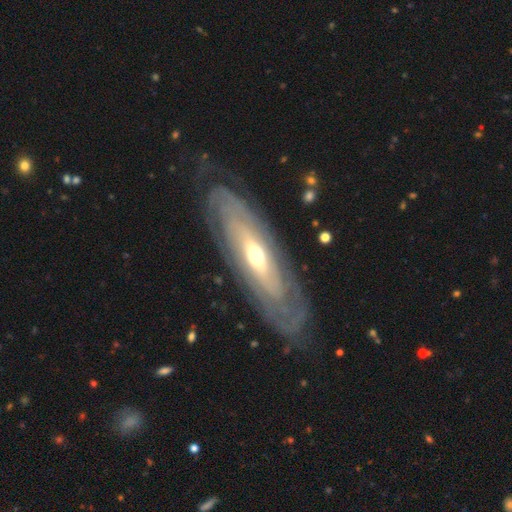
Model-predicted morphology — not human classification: Smooth or featured? featured or disk (80%)
Edge-on disk? no (76%)
Bar? no (68%)
Spiral arms? yes (68%)
Bulge size? moderate (63%)
Merging? none (78%)